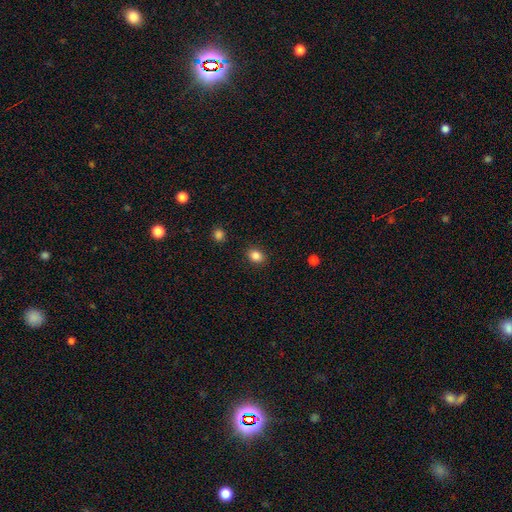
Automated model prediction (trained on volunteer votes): A smooth galaxy with no disk features (85%) that is in between round and cigar-shaped (61%). Merging: none (88%).